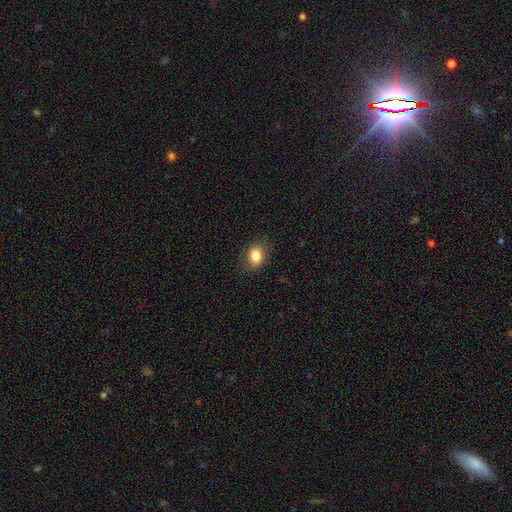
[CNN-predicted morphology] Q: Smooth or featured?
A: smooth (84%); runner-up: star or artifact (9%)
Q: How rounded?
A: in between (60%); runner-up: round (38%)
Q: Merging?
A: none (81%); runner-up: minor disturbance (14%)